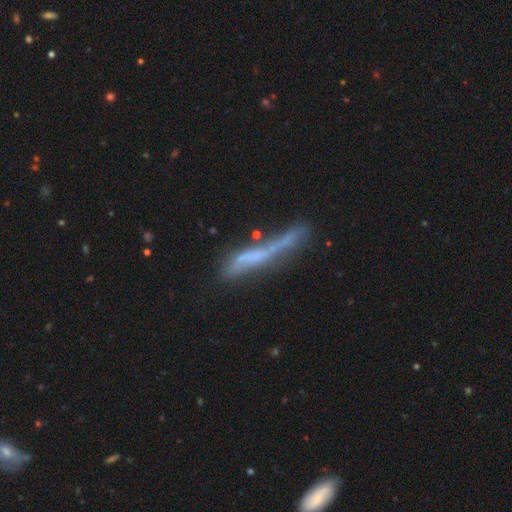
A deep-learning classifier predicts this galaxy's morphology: This appears to be a featured or disk galaxy (50%) viewed edge-on (69%). Merging: none (43%).